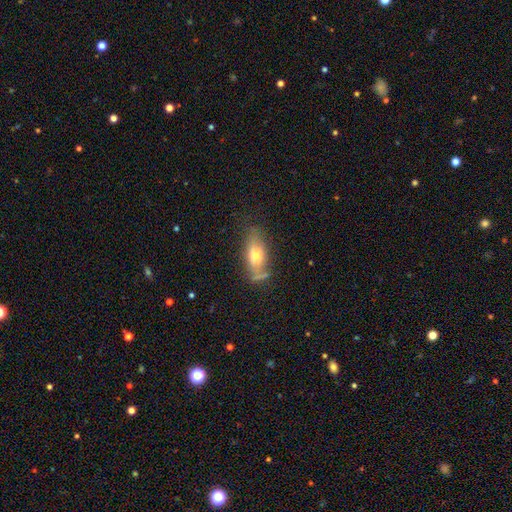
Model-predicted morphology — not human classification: Smooth or featured: smooth — 61% (featured or disk — 30%)
How rounded: in between — 78% (cigar-shaped — 17%)
Merging: none — 61% (minor disturbance — 23%)